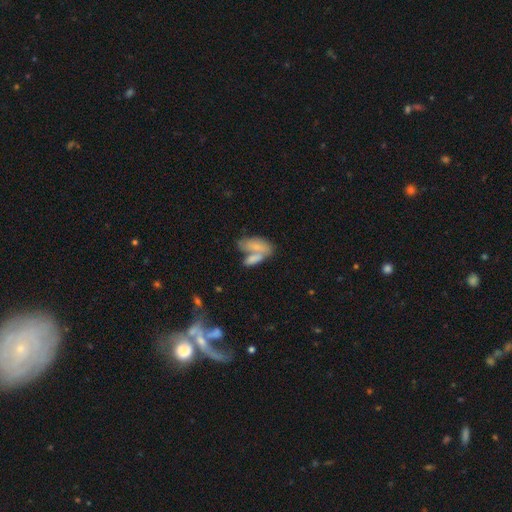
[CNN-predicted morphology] smooth-or-featured: smooth: 70% | featured or disk: 21% | star or artifact: 9%
  how-rounded: in between: 86% | cigar-shaped: 10% | round: 4%
  merging: merger: 58% | none: 25% | minor disturbance: 10% | major disturbance: 6%